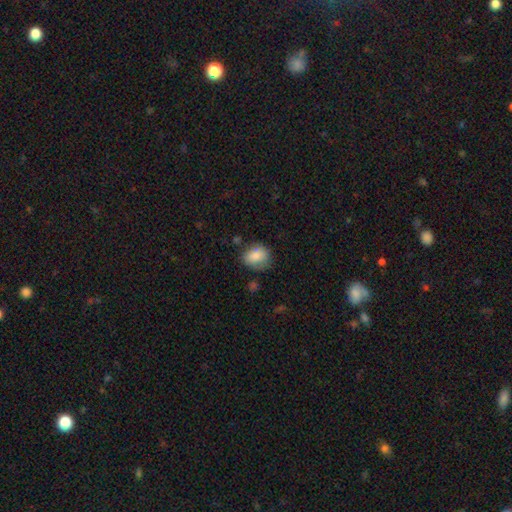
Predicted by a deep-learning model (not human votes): The model was most divided on "how rounded": round: 54%, in between: 45%, cigar-shaped: 1%. More confident: smooth or featured — smooth (81%); merging — none (69%).